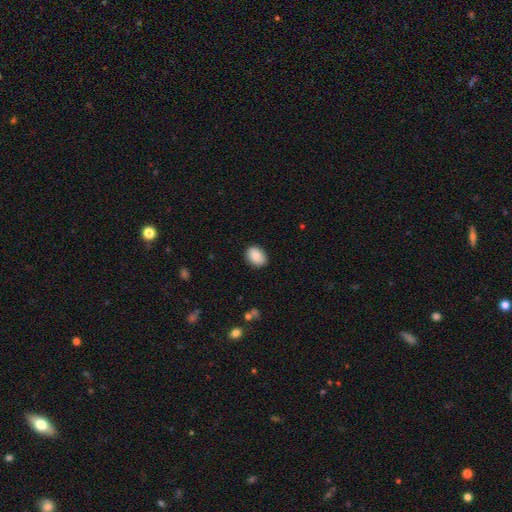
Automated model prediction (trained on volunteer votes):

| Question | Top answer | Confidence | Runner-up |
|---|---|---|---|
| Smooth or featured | smooth | 89% | star or artifact (7%) |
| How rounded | in between | 73% | round (26%) |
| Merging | none | 87% | minor disturbance (10%) |